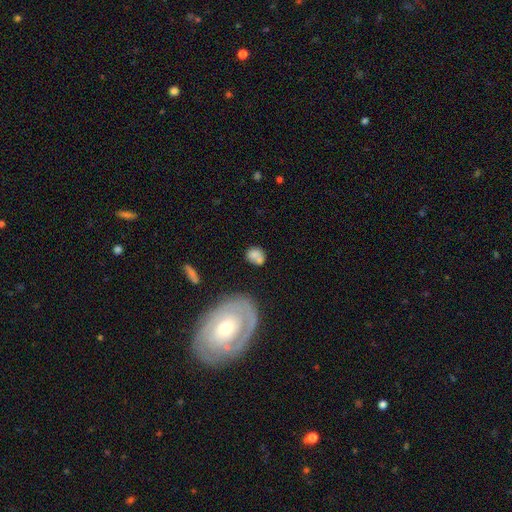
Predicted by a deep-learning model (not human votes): This is likely a smooth galaxy (73%). How rounded: possibly round (54%). Merging: marginally none (44%).